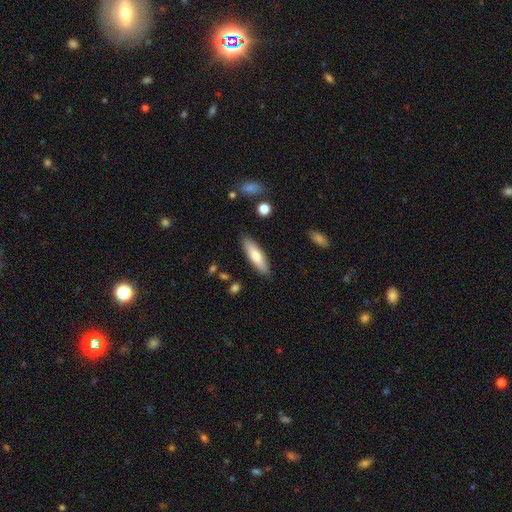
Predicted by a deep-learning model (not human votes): This is likely a smooth galaxy (73%). How rounded: possibly cigar-shaped (60%). Merging: clearly none (87%).